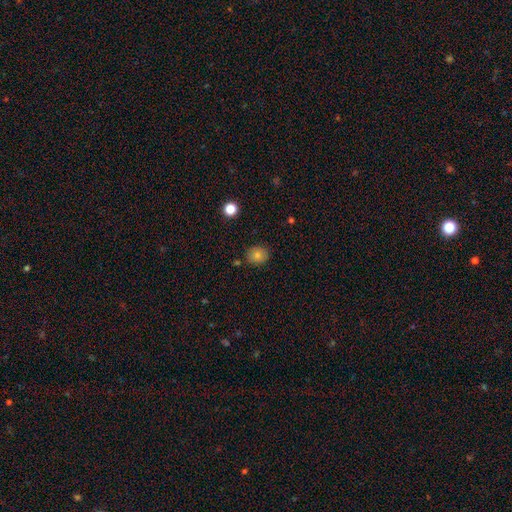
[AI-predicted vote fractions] This appears to be a smooth galaxy with no disk features (79%) that is round (79%). Merging: none (86%).